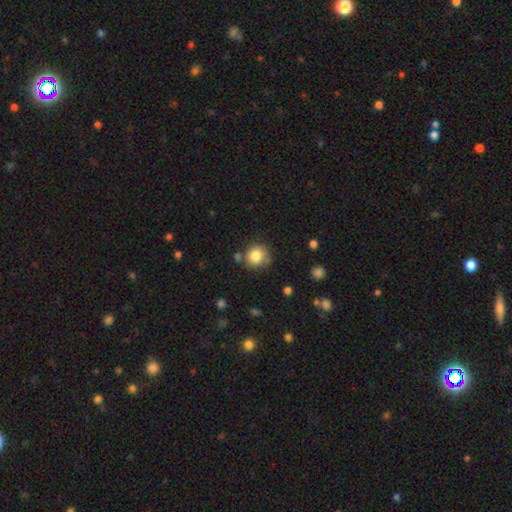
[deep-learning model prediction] A smooth galaxy with no disk features (84%) that is round (87%). Merging: none (72%).